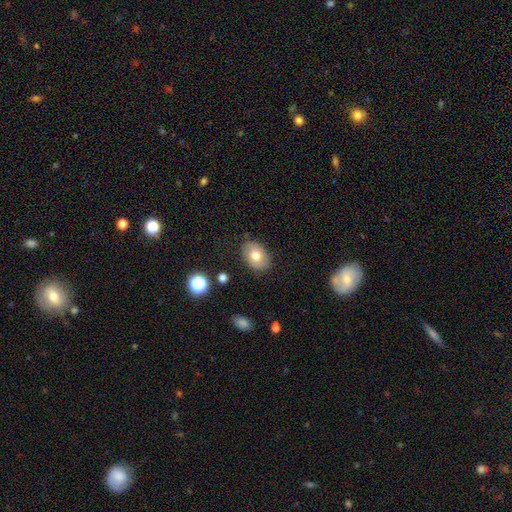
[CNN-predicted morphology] Smooth or featured?
  - smooth: 72% *
  - featured or disk: 20%
  - star or artifact: 9%
How rounded?
  - in between: 77% *
  - round: 22%
  - cigar-shaped: 1%
Merging?
  - none: 82% *
  - minor disturbance: 14%
  - major disturbance: 3%
  - merger: 1%